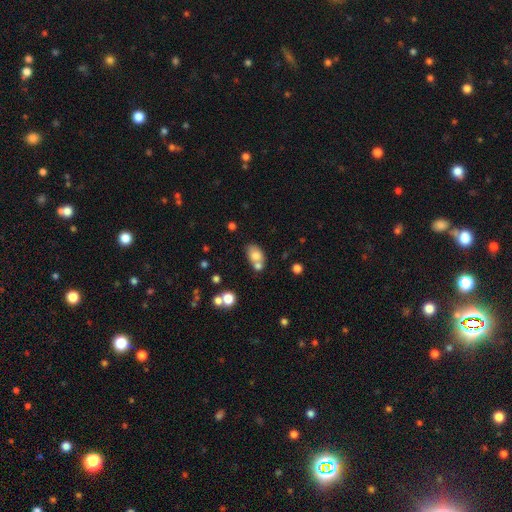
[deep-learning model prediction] smooth 74%, featured or disk 16%, star or artifact 10%. Down the decision tree: how rounded — in between (80%); merging — none (44%).